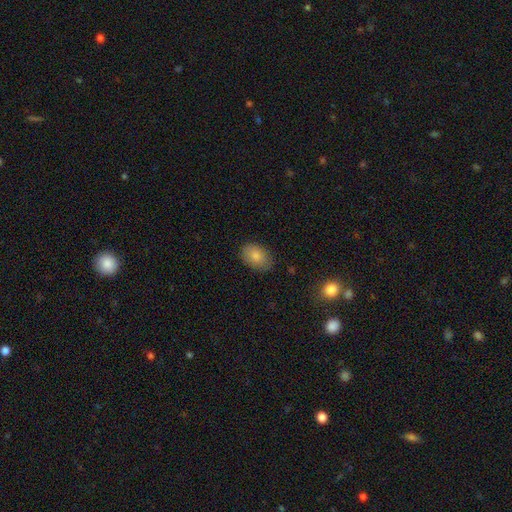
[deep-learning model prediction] Q: Smooth or featured?
A: smooth (84%); runner-up: featured or disk (9%)
Q: How rounded?
A: in between (84%); runner-up: round (15%)
Q: Merging?
A: none (83%); runner-up: minor disturbance (13%)